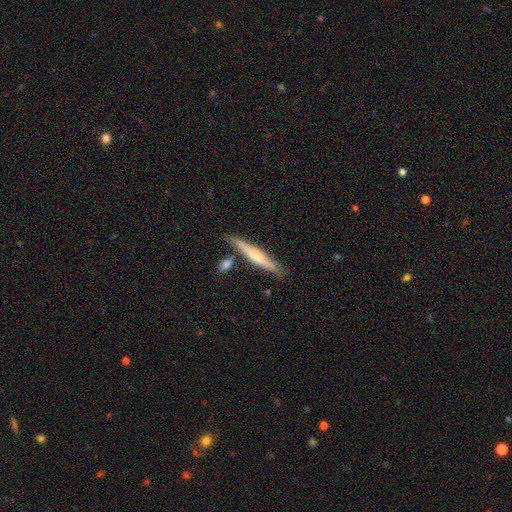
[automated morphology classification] smooth-or-featured: featured or disk: 52% | smooth: 43% | star or artifact: 6%
  disk-edge-on: yes: 93% | no: 7%
  merging: none: 73% | minor disturbance: 14% | merger: 10% | major disturbance: 3%